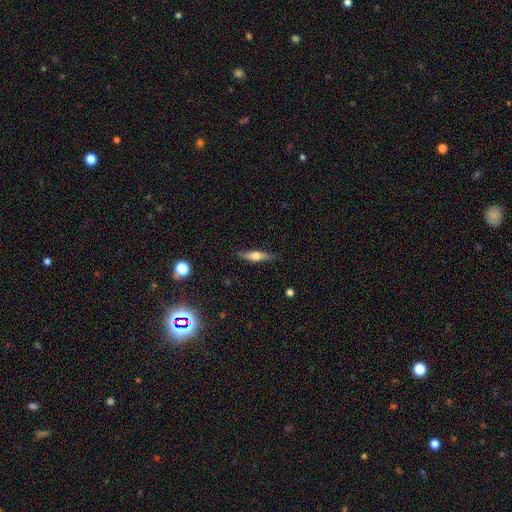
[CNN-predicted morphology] smooth 47%, featured or disk 46%, star or artifact 7%. Down the decision tree: merging — none (86%).